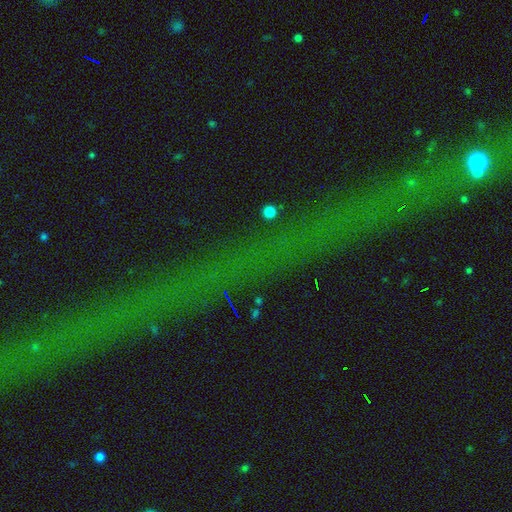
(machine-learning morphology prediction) Smooth or featured: star or artifact — 74% (featured or disk — 16%)